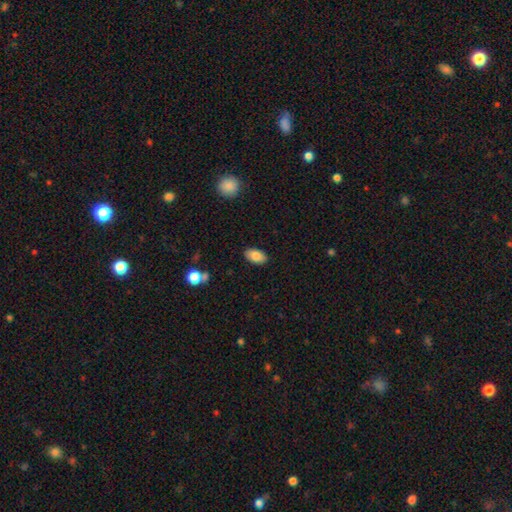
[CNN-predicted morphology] This appears to be a smooth galaxy with no disk features (83%) that is in between round and cigar-shaped (93%). Merging: none (88%).